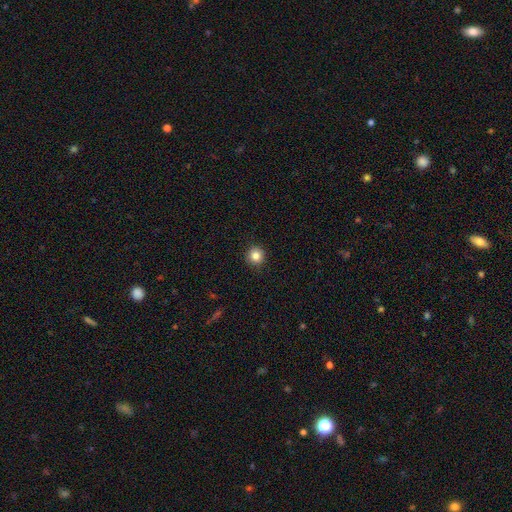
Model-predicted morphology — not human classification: This is clearly a smooth galaxy (83%). How rounded: clearly round (94%). Merging: clearly none (91%).